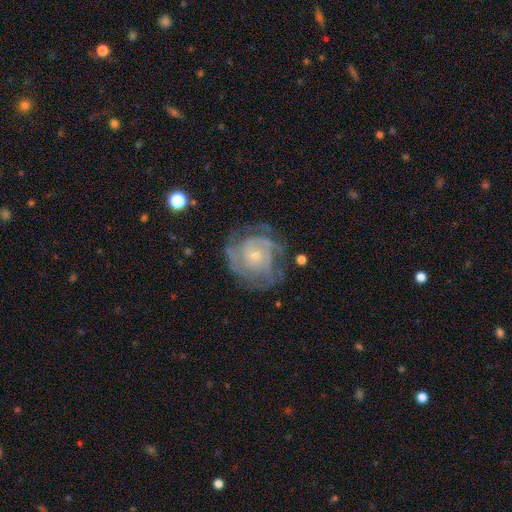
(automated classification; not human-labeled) Smooth or featured? featured or disk (81%)
Edge-on disk? no (98%)
Bar? no (67%)
Spiral arms? yes (92%)
Spiral winding? tight (62%)
Spiral arm count? can't tell (36%)
Bulge size? small (65%)
Merging? none (62%)